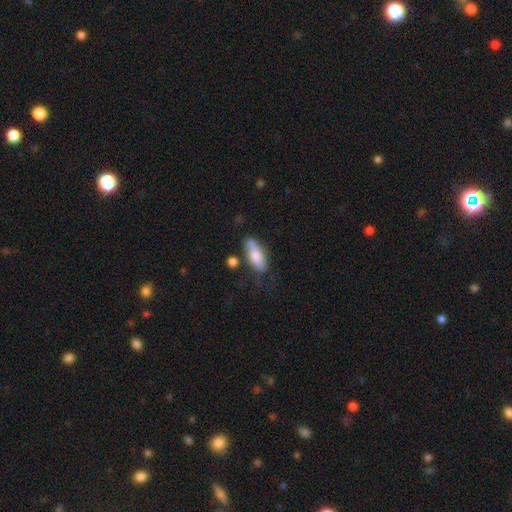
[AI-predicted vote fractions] Morphology: type=smooth (76%); roundness=in between (73%); merging=none (56%).